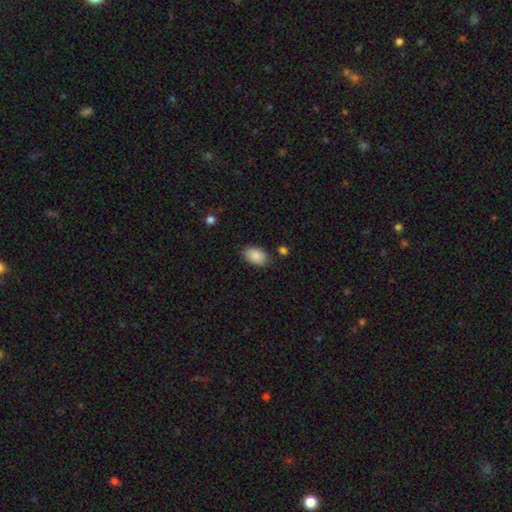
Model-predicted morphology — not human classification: Smooth or featured?
  - smooth: 89% *
  - star or artifact: 7%
  - featured or disk: 4%
How rounded?
  - in between: 90% *
  - round: 8%
  - cigar-shaped: 1%
Merging?
  - none: 81% *
  - minor disturbance: 14%
  - major disturbance: 3%
  - merger: 2%